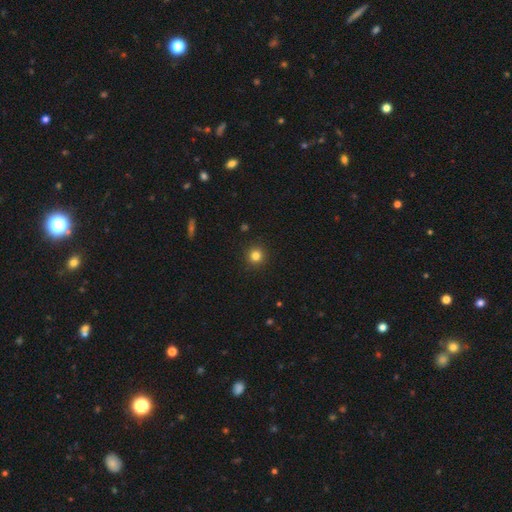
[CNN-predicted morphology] Overall: smooth (82%). How rounded: round (95%). Merging: none (92%).